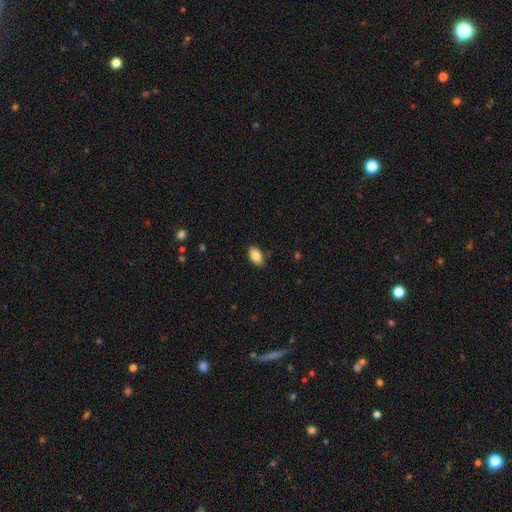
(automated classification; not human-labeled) smooth_or_featured: smooth (p=0.84) [alt: featured or disk p=0.08]
how_rounded: in between (p=0.92) [alt: round p=0.06]
merging: none (p=0.86) [alt: minor disturbance p=0.10]